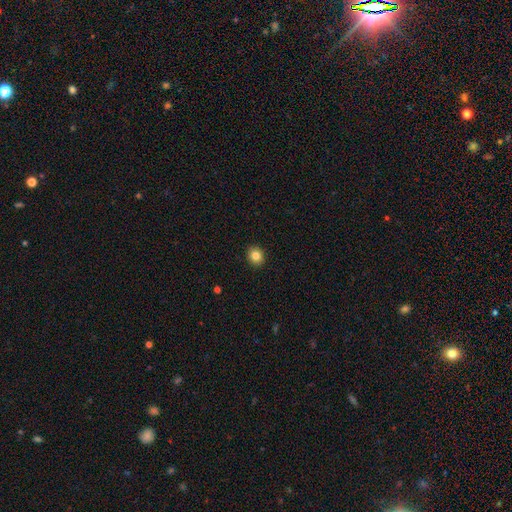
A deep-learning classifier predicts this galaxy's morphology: Smooth or featured? smooth (84%)
How rounded? round (75%)
Merging? none (92%)